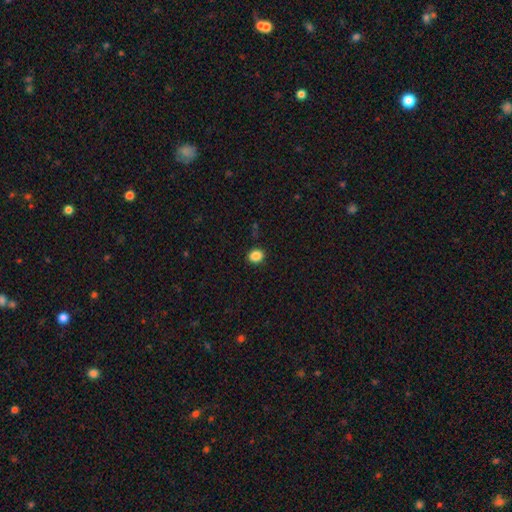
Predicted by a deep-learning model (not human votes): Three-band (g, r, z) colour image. It shows a smooth galaxy with no disk features (87%) that is round (66%). Merging: none (90%).